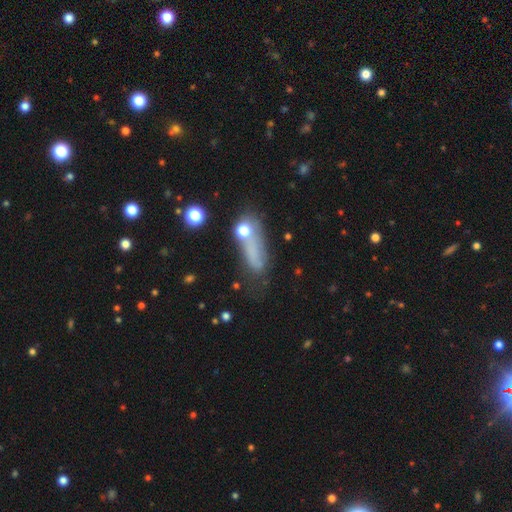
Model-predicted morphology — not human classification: A smooth galaxy with no disk features (64%) that is in between round and cigar-shaped (56%).

Vote fractions:
- Smooth or featured? smooth: 64% / featured or disk: 20% / star or artifact: 16%
- How rounded? in between: 56% / cigar-shaped: 30% / round: 13%
- Merging? none: 35% / major disturbance: 27% / minor disturbance: 24% / merger: 13%